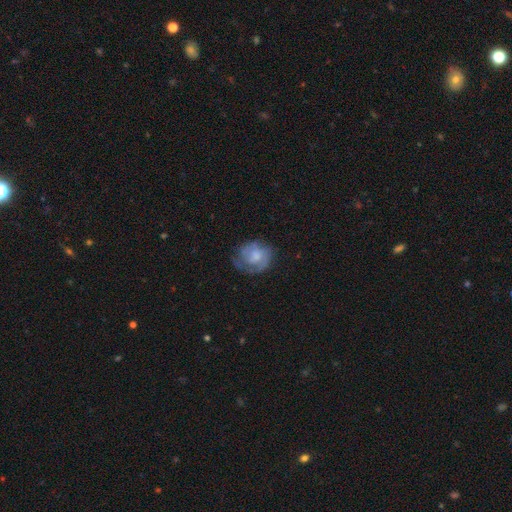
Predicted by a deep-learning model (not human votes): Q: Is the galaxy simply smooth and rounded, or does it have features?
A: featured or disk — 59%.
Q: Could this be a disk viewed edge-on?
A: no — 98%.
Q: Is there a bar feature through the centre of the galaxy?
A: no — 66%.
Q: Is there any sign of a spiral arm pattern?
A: yes — 78%.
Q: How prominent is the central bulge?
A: moderate — 36%.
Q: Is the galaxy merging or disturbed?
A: none — 60%.